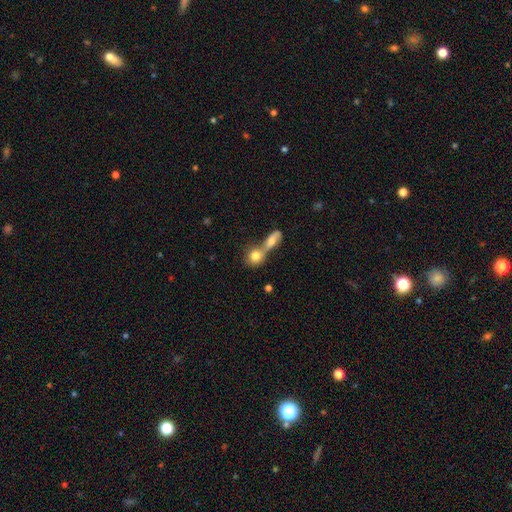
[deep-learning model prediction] smooth_or_featured: smooth (p=0.76) [alt: featured or disk p=0.16]
how_rounded: round (p=0.70) [alt: in between p=0.27]
merging: merger (p=0.65) [alt: none p=0.25]